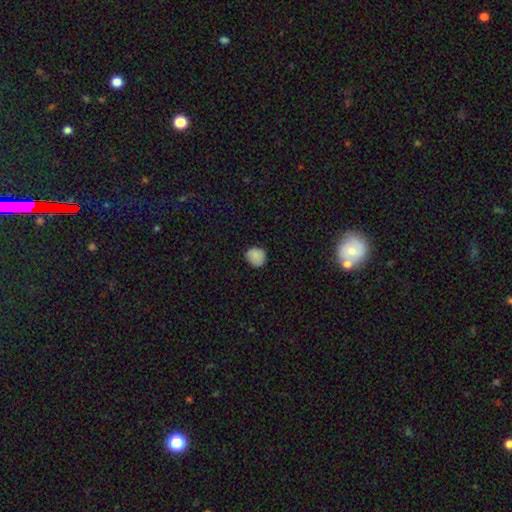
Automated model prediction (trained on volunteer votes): Smooth or featured? Predicted: smooth (p=0.85). How rounded? Predicted: round (p=0.80). Merging? Predicted: none (p=0.81).